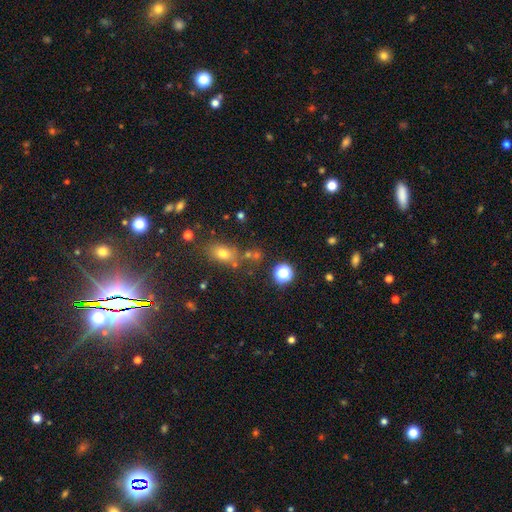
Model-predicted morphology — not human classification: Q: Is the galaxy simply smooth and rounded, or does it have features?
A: smooth — 56%.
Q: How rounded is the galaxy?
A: round — 50%.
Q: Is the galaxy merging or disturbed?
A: none — 70%.